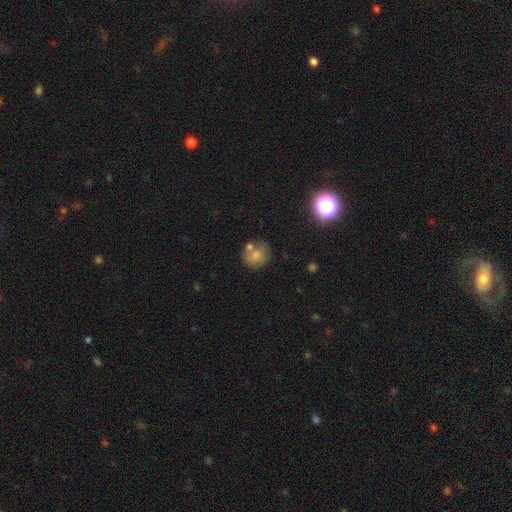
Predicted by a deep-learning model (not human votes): smooth 72%, featured or disk 16%, star or artifact 12%. Down the decision tree: how rounded — round (75%); merging — none (54%).